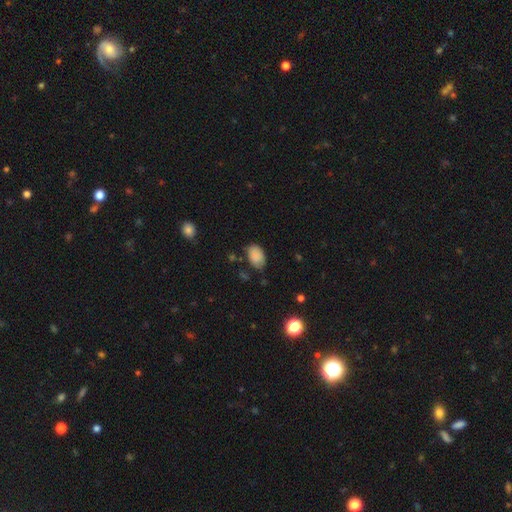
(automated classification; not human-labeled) smooth 86%, star or artifact 8%, featured or disk 6%. Down the decision tree: how rounded — in between (87%); merging — none (70%).